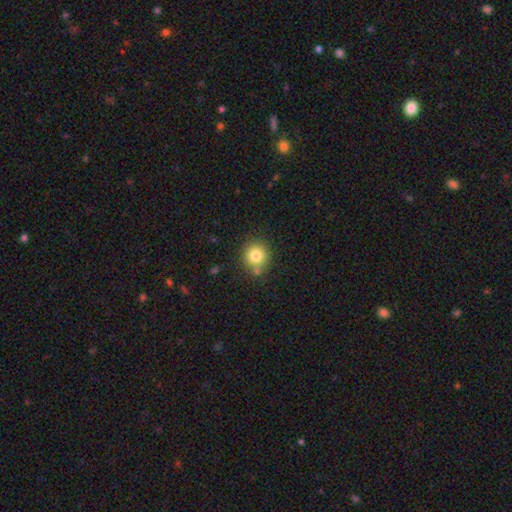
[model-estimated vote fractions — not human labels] This appears to be a smooth galaxy with no disk features (80%) that is round (91%). Merging: none (79%).